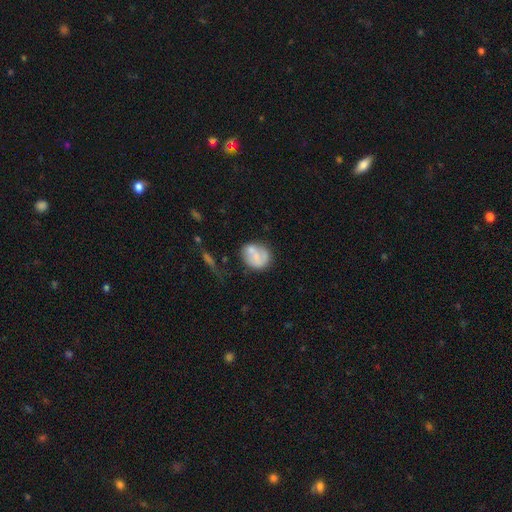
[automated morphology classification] The model was most divided on "smooth or featured": smooth: 57%, featured or disk: 35%, star or artifact: 8%. Remaining: how rounded — round (63%); merging — none (48%).